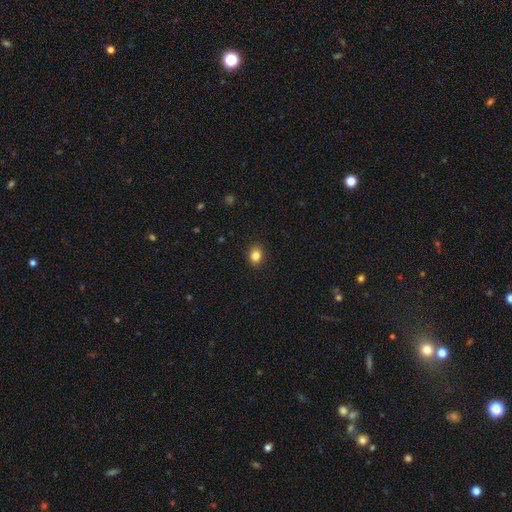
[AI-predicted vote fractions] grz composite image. It shows a smooth galaxy with no disk features (83%) that is round (50%). Merging: none (90%).